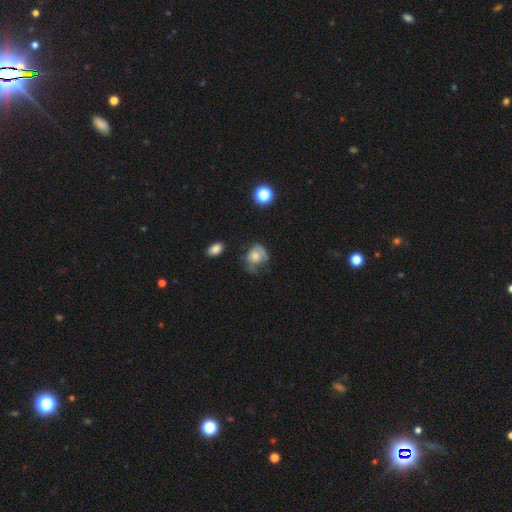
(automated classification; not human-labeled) Smooth or featured: smooth — 61% (featured or disk — 29%)
How rounded: round — 57% (in between — 42%)
Merging: none — 33% (minor disturbance — 32%)